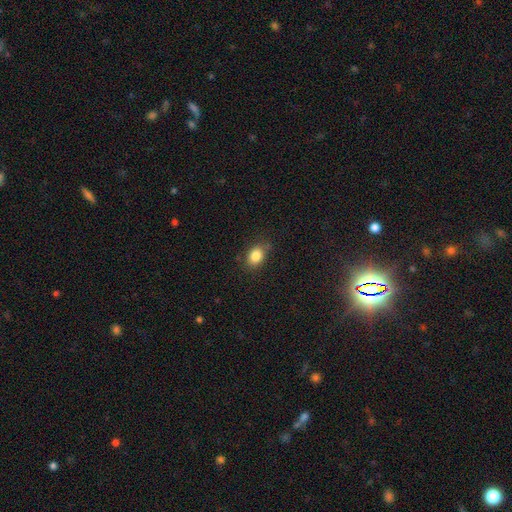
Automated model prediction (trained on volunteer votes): smooth_or_featured: smooth (p=0.84) [alt: star or artifact p=0.10]
how_rounded: in between (p=0.69) [alt: round p=0.30]
merging: none (p=0.76) [alt: minor disturbance p=0.18]